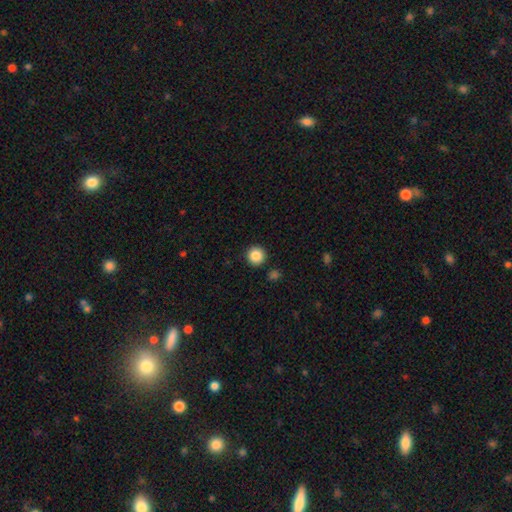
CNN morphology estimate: A smooth galaxy with no disk features (87%) that is round (95%).

Vote fractions:
- Smooth or featured? smooth: 87% / star or artifact: 9% / featured or disk: 4%
- How rounded? round: 95% / in between: 4% / cigar-shaped: 1%
- Merging? none: 91% / minor disturbance: 5% / merger: 2% / major disturbance: 2%